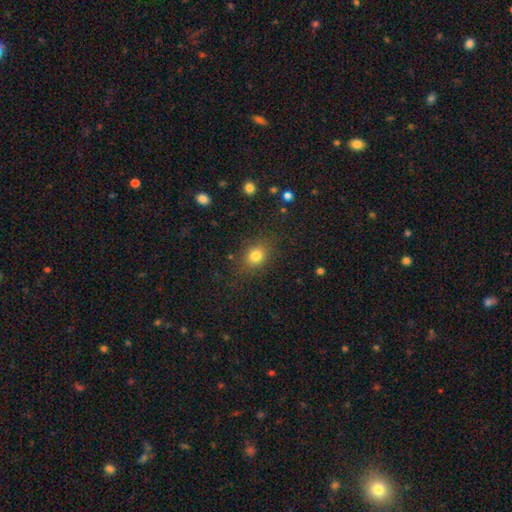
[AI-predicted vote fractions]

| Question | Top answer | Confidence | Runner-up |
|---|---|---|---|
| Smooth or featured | smooth | 80% | star or artifact (13%) |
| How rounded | round | 57% | in between (41%) |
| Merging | none | 82% | minor disturbance (12%) |